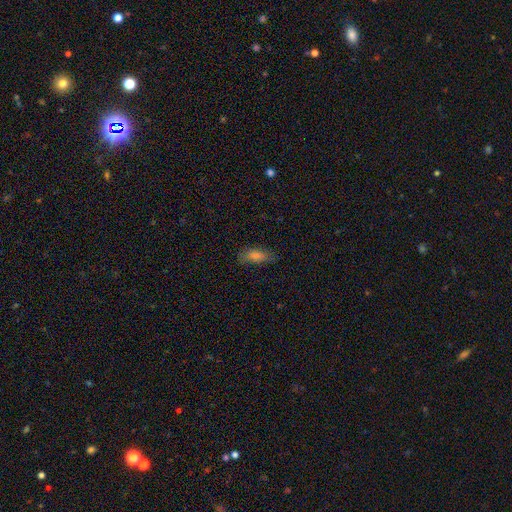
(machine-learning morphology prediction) Overall: smooth (71%). How rounded: in between (72%). Merging: none (75%).